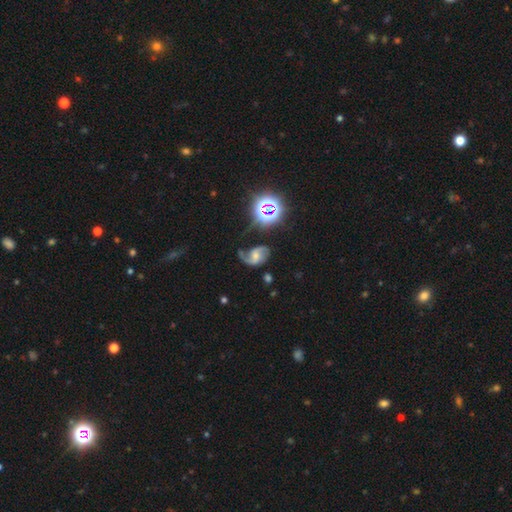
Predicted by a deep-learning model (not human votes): A featured or disk galaxy (78%) with no bar (44%), 2 (73%) loose (45%) spiral arms (96%) and a moderate central bulge (45%).

Vote fractions:
- Smooth or featured? featured or disk: 78% / star or artifact: 12% / smooth: 10%
- Edge-on disk? no: 98% / yes: 2%
- Bar? no: 44% / weak: 42% / strong: 14%
- Spiral arms? yes: 96% / no: 4%
- Spiral winding? loose: 45% / medium: 43% / tight: 13%
- Spiral arm count? 2: 73% / 1: 20% / can't tell: 4% / 3: 2% / 4: 1% / more than 4: 1%
- Bulge size? moderate: 45% / small: 44% / none: 6% / large: 4% / dominant: 1%
- Merging? none: 49% / minor disturbance: 23% / major disturbance: 23% / merger: 4%